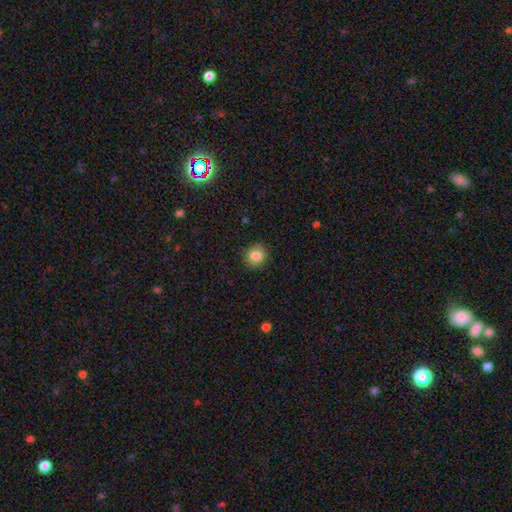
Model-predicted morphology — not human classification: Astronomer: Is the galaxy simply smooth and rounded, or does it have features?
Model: smooth — 84%.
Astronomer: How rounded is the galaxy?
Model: round — 87%.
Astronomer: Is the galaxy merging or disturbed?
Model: none — 90%.